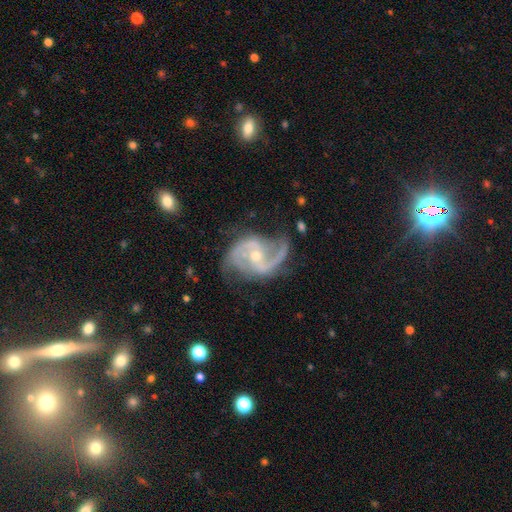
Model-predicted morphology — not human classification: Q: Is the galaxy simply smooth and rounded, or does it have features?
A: featured or disk — 91%.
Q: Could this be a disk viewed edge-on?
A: no — 98%.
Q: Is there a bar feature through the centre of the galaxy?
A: no — 46%.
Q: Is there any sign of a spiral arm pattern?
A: yes — 98%.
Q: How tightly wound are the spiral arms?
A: medium — 51%.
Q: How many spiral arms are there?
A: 2 — 85%.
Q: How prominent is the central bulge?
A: small — 58%.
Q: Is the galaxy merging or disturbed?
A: none — 65%.